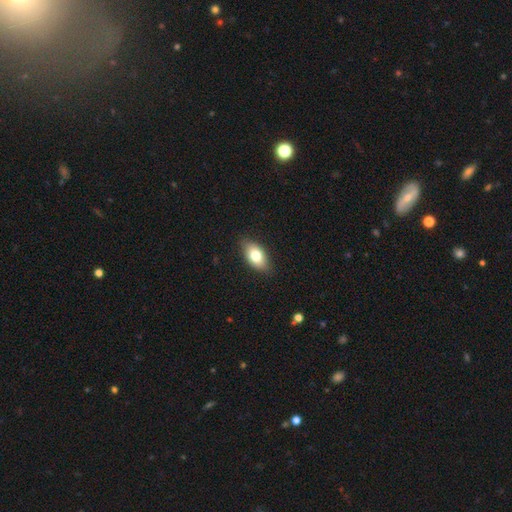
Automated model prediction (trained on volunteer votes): Smooth or featured? smooth (77%)
How rounded? in between (91%)
Merging? none (85%)